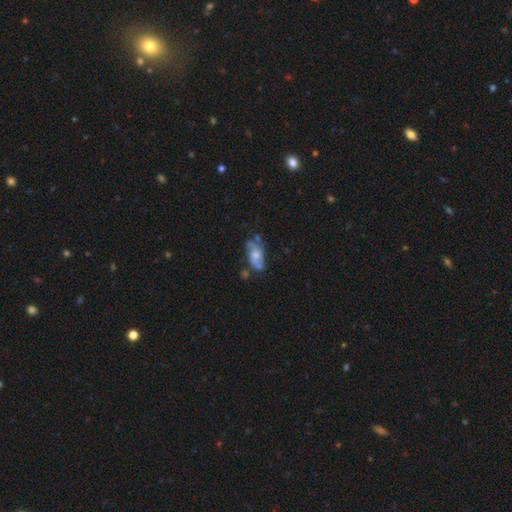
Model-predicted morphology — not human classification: This is possibly a featured or disk galaxy (52%). It is clearly not viewed edge-on (90%). Merging: marginally none (44%).